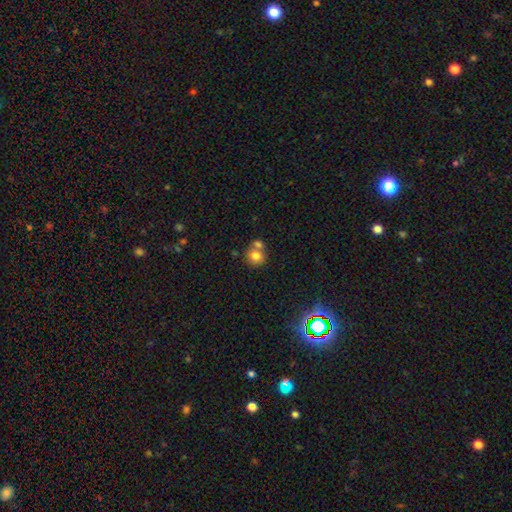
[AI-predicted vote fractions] Smooth or featured? Predicted: smooth (p=0.77). How rounded? Predicted: round (p=0.85). Merging? Predicted: none (p=0.50).